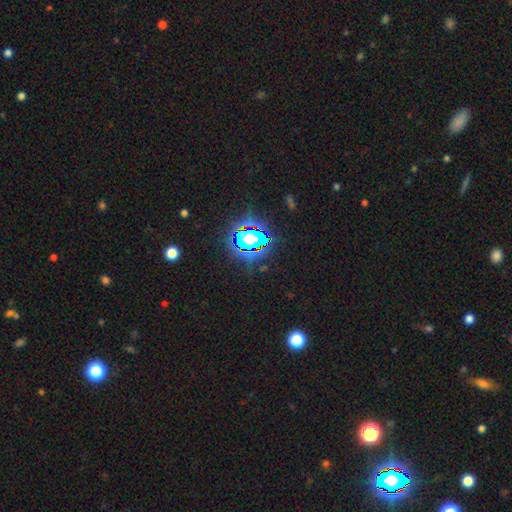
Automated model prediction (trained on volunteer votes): A star or artifact, not a galaxy (83%).